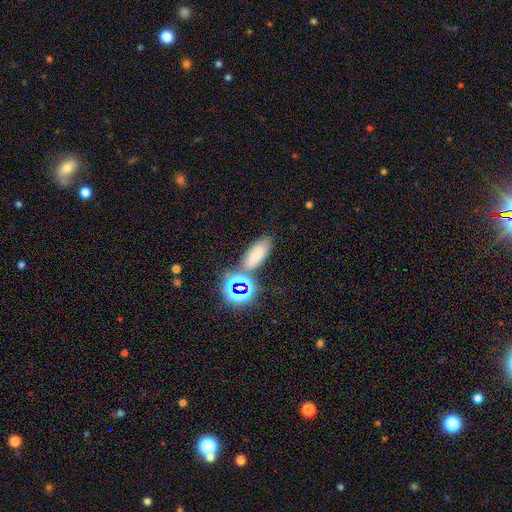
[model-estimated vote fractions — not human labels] A smooth galaxy with no disk features (66%) that is in between round and cigar-shaped (76%).

Vote fractions:
- Smooth or featured? smooth: 66% / star or artifact: 25% / featured or disk: 10%
- How rounded? in between: 76% / cigar-shaped: 13% / round: 11%
- Merging? none: 70% / merger: 13% / minor disturbance: 12% / major disturbance: 5%